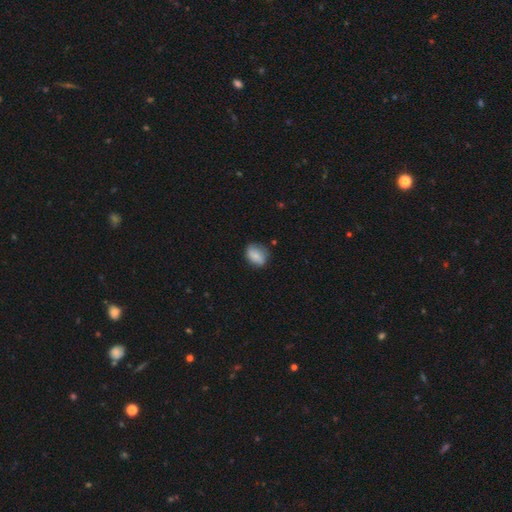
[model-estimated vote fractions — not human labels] Smooth or featured? Predicted: smooth (p=0.80). How rounded? Predicted: in between (p=0.66). Merging? Predicted: none (p=0.68).